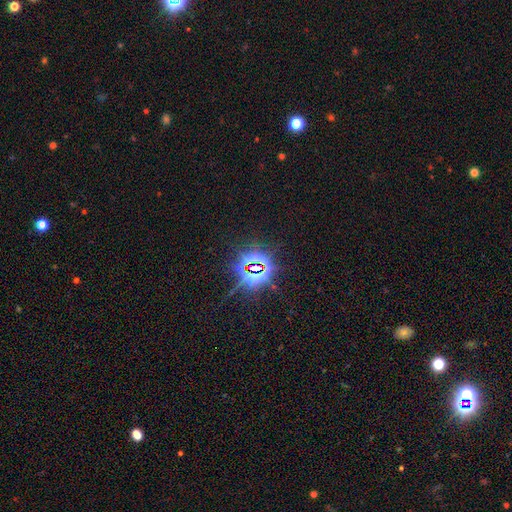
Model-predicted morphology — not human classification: Q: Smooth or featured?
A: star or artifact (82%); runner-up: smooth (10%)